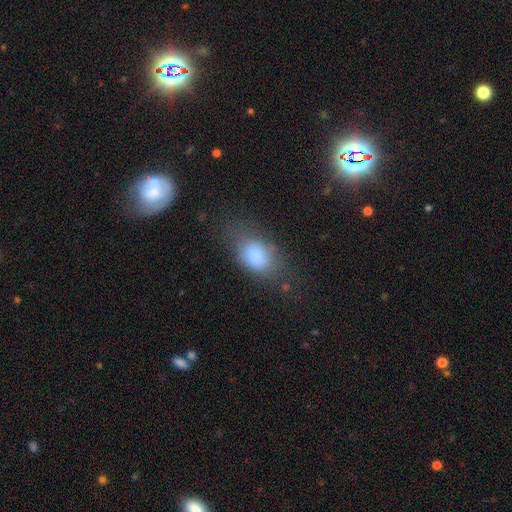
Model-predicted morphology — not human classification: smooth-or-featured: smooth: 80% | featured or disk: 11% | star or artifact: 9%
  how-rounded: in between: 84% | round: 14% | cigar-shaped: 2%
  merging: none: 51% | minor disturbance: 28% | major disturbance: 18% | merger: 3%